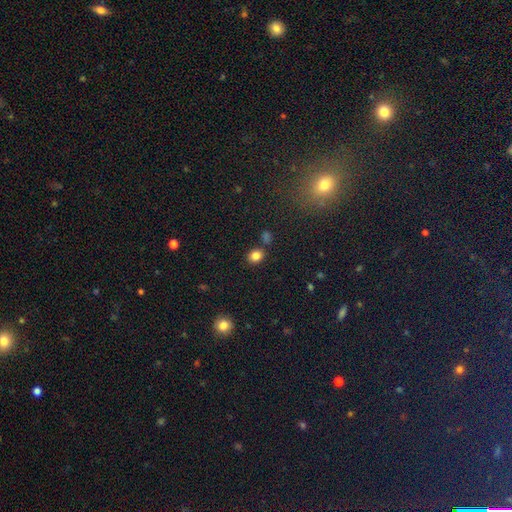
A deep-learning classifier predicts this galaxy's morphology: This appears to be a smooth galaxy with no disk features (83%) that is round (55%). Merging: none (77%).